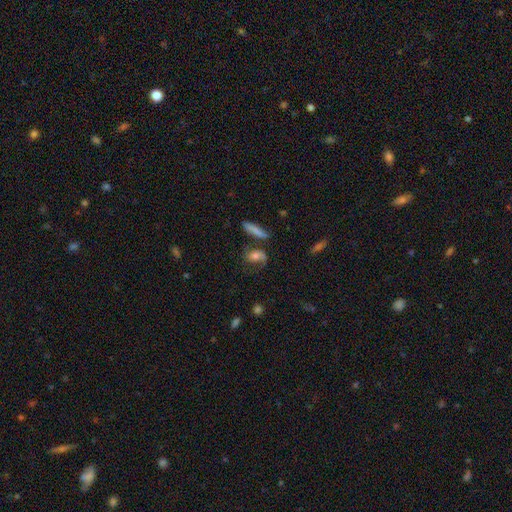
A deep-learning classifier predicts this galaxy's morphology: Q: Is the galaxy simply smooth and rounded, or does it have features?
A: featured or disk — 52%.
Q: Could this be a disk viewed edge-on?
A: no — 90%.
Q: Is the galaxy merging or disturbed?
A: none — 53%.